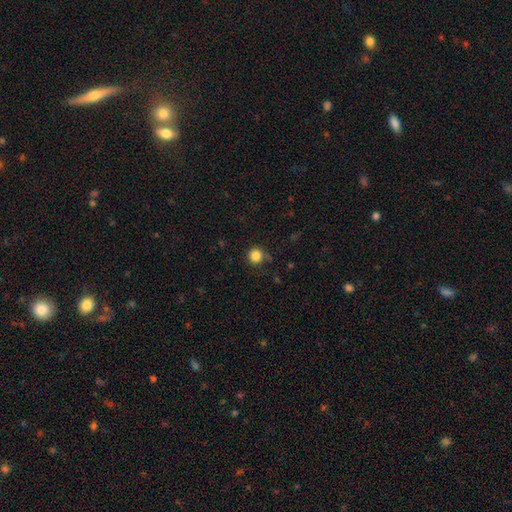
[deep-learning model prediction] Overall: smooth (84%). How rounded: round (94%). Merging: none (79%).